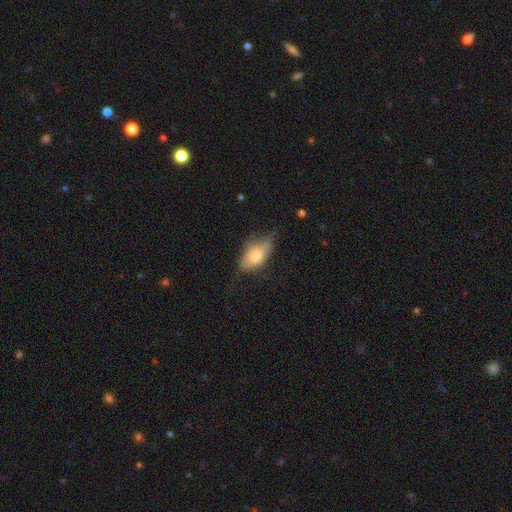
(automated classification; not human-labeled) smooth_or_featured: smooth (p=0.66) [alt: featured or disk p=0.27]
how_rounded: in between (p=0.87) [alt: cigar-shaped p=0.09]
merging: none (p=0.45) [alt: minor disturbance p=0.36]